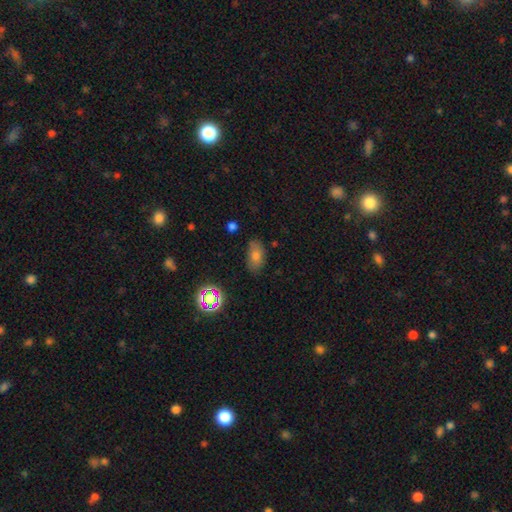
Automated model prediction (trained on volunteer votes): Morphology: type=smooth (71%); roundness=in between (90%); merging=none (76%).